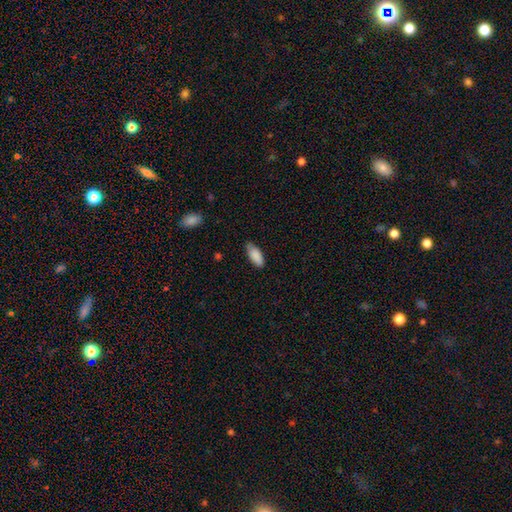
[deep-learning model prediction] smooth 88%, star or artifact 6%, featured or disk 6%. Down the decision tree: how rounded — in between (82%); merging — none (71%).